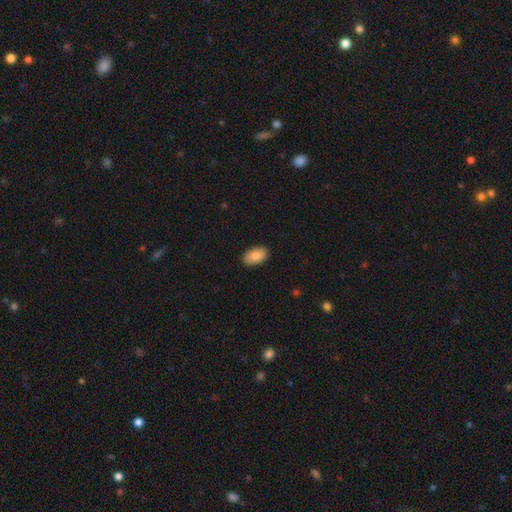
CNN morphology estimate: Overall: smooth (88%). How rounded: in between (95%). Merging: none (89%).